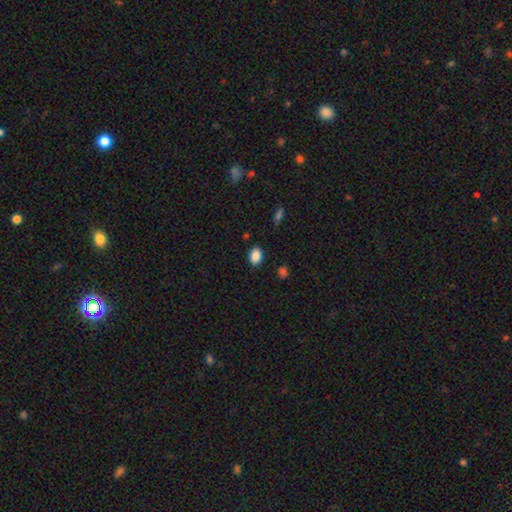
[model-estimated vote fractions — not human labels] Smooth or featured?
  - smooth: 88% *
  - star or artifact: 9%
  - featured or disk: 4%
How rounded?
  - in between: 80% *
  - round: 19%
  - cigar-shaped: 1%
Merging?
  - none: 87% *
  - minor disturbance: 9%
  - major disturbance: 2%
  - merger: 2%